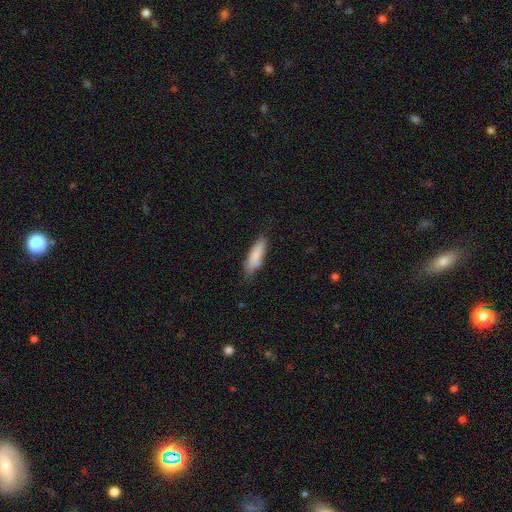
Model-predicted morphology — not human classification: Smooth or featured: smooth — 81% (featured or disk — 13%)
How rounded: cigar-shaped — 53% (in between — 45%)
Merging: none — 71% (minor disturbance — 21%)